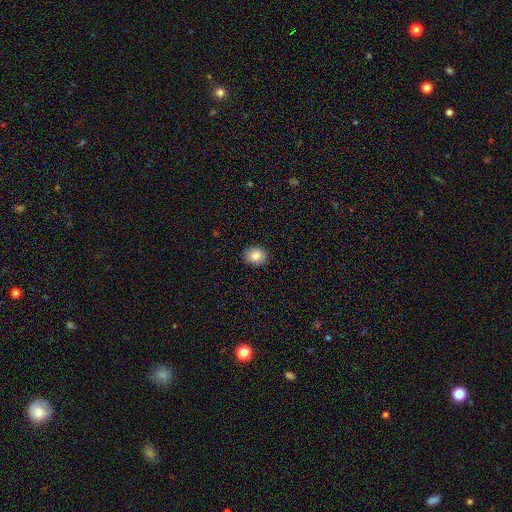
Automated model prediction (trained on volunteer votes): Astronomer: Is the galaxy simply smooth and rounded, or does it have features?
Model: smooth — 83%.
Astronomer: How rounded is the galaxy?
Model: round — 56% (runner-up: in between, 43%).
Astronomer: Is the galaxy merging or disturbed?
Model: none — 90%.